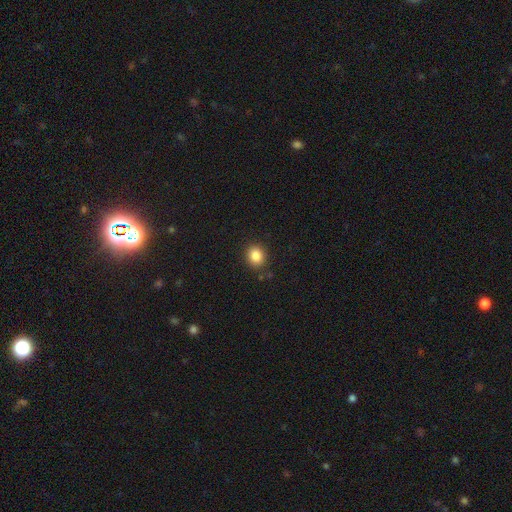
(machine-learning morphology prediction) smooth 85%, star or artifact 10%, featured or disk 5%. Down the decision tree: how rounded — round (71%); merging — none (87%).